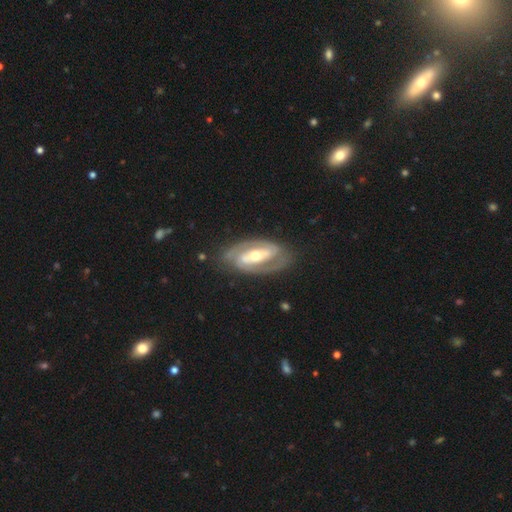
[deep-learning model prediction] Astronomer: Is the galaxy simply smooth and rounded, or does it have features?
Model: featured or disk — 85%.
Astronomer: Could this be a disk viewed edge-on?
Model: no — 94%.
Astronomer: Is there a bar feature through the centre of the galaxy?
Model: strong — 48% (runner-up: weak, 28%).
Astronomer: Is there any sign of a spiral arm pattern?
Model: yes — 86%.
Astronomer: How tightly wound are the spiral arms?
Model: tight — 47% (runner-up: medium, 40%).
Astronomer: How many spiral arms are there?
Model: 2 — 86%.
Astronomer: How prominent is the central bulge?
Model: moderate — 65%.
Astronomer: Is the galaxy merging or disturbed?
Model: none — 78%.